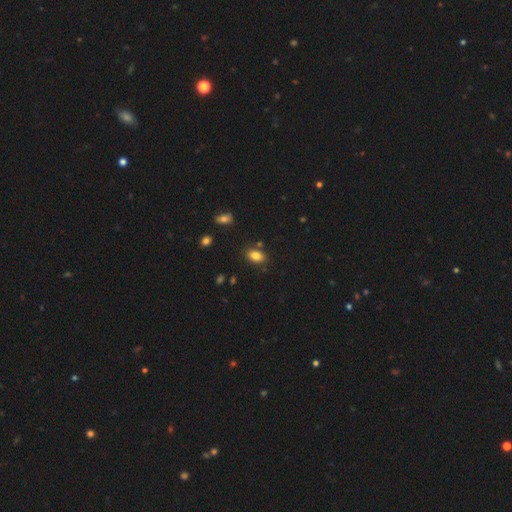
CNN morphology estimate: Smooth or featured?
  - smooth: 83% *
  - star or artifact: 10%
  - featured or disk: 7%
How rounded?
  - in between: 86% *
  - round: 13%
  - cigar-shaped: 2%
Merging?
  - none: 81% *
  - minor disturbance: 11%
  - merger: 5%
  - major disturbance: 3%